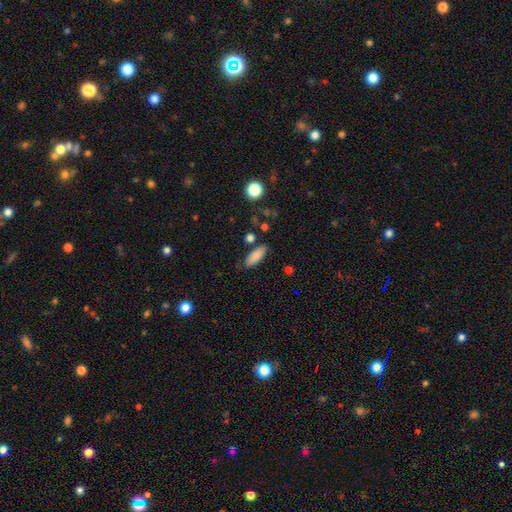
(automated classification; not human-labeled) smooth 86%, star or artifact 7%, featured or disk 7%. Down the decision tree: how rounded — in between (71%); merging — none (81%).